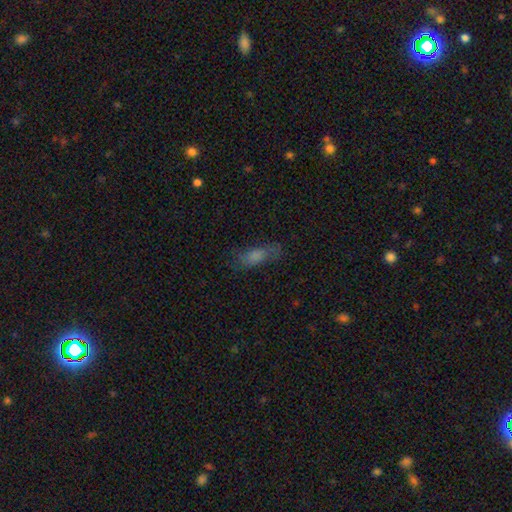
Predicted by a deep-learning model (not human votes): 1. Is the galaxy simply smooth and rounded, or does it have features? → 71% smooth, 17% featured or disk, 11% star or artifact.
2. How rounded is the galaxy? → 62% in between, 35% cigar-shaped, 3% round.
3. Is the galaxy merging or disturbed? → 68% none, 21% minor disturbance, 10% major disturbance, 2% merger.